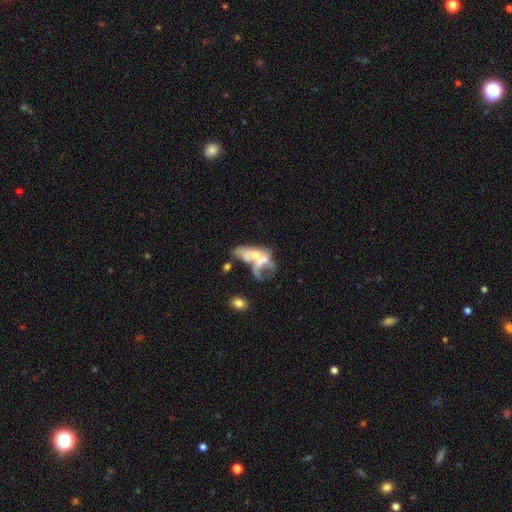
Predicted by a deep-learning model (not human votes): Smooth or featured: featured or disk — 55% (smooth — 34%)
Edge-on disk: no — 93% (yes — 7%)
Bar: no — 82% (weak — 13%)
Spiral arms: no — 83% (yes — 17%)
Bulge size: moderate — 47% (small — 29%)
Merging: merger — 49% (major disturbance — 29%)